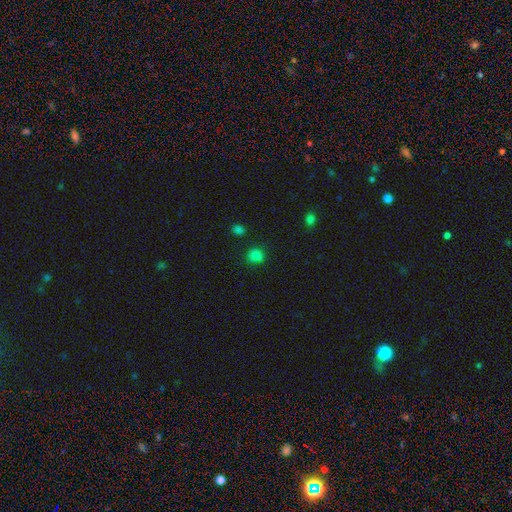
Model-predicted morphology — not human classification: Smooth or featured: smooth — 77% (star or artifact — 19%)
How rounded: round — 77% (in between — 22%)
Merging: none — 79% (minor disturbance — 13%)